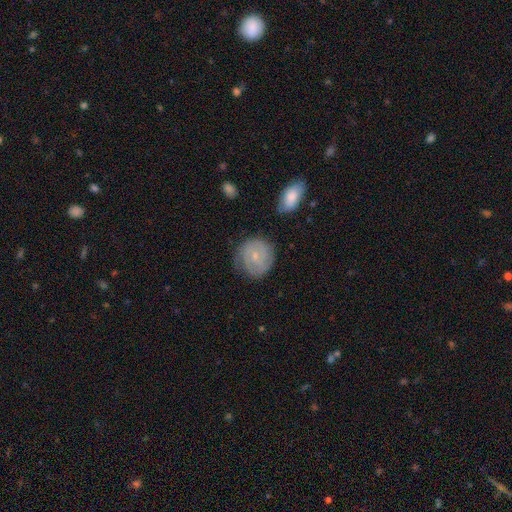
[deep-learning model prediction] smooth_or_featured: featured or disk (p=0.54) [alt: smooth p=0.39]
disk_edge_on: no (p=0.97) [alt: yes p=0.03]
bar: no (p=0.68) [alt: weak p=0.27]
has_spiral_arms: yes (p=0.82) [alt: no p=0.18]
bulge_size: small (p=0.74) [alt: moderate p=0.21]
merging: none (p=0.75) [alt: minor disturbance p=0.17]